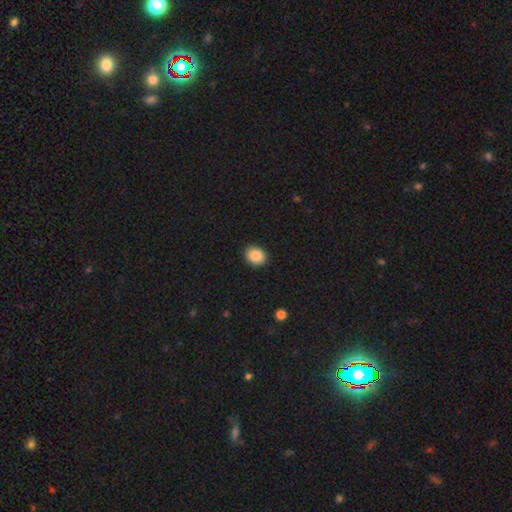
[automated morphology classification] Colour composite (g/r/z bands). It shows a smooth galaxy with no disk features (88%) that is in between round and cigar-shaped (54%). Merging: none (90%).